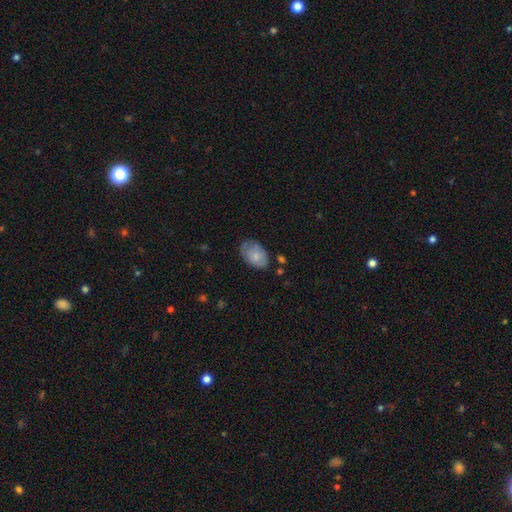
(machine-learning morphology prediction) Smooth or featured? Predicted: smooth (p=0.74). How rounded? Predicted: in between (p=0.88). Merging? Predicted: none (p=0.60).